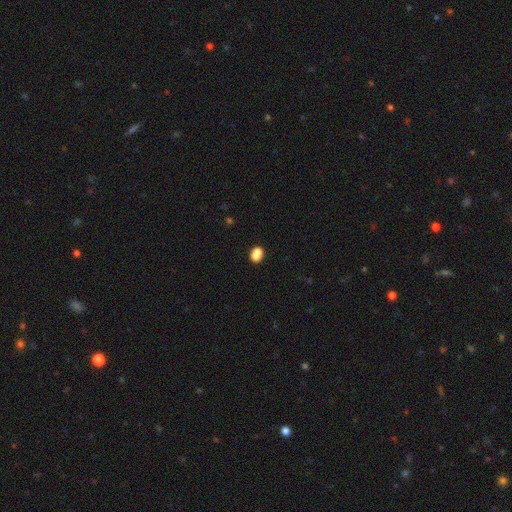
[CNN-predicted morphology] Q: Smooth or featured?
A: smooth (72%); runner-up: star or artifact (18%)
Q: How rounded?
A: round (57%); runner-up: in between (42%)
Q: Merging?
A: none (50%); runner-up: merger (38%)